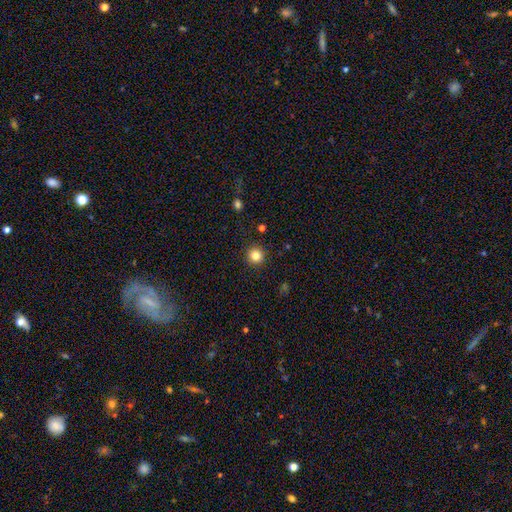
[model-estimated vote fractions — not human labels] smooth 83%, star or artifact 12%, featured or disk 5%. Down the decision tree: how rounded — round (95%); merging — none (92%).